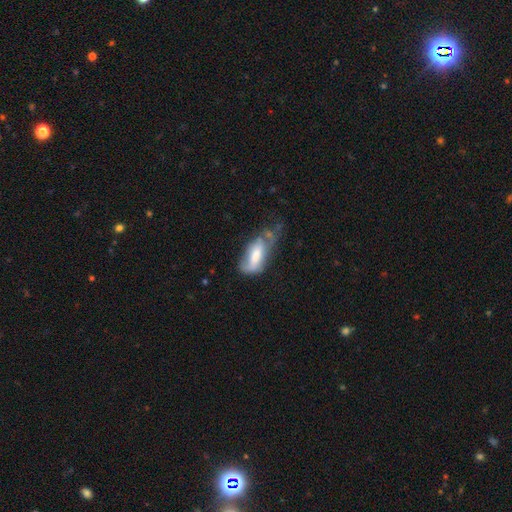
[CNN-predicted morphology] The model was most divided on "merging": major disturbance: 35%, minor disturbance: 31%, none: 24%, merger: 10%. More confident: how rounded — in between (82%); smooth or featured — smooth (60%).